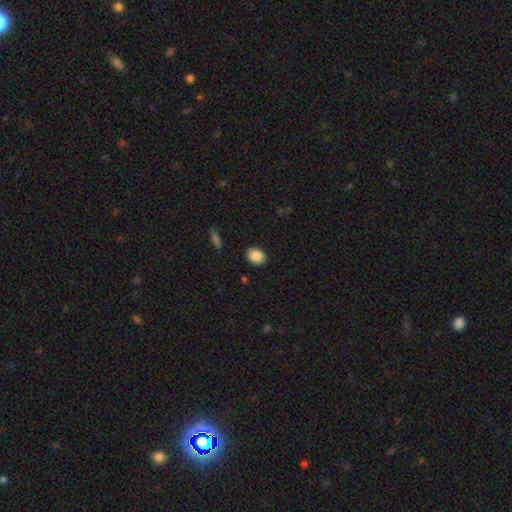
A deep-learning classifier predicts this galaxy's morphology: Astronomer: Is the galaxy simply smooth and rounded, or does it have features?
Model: smooth — 88%.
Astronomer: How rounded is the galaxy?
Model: in between — 59% (runner-up: round, 40%).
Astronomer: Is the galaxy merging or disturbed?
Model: none — 89%.